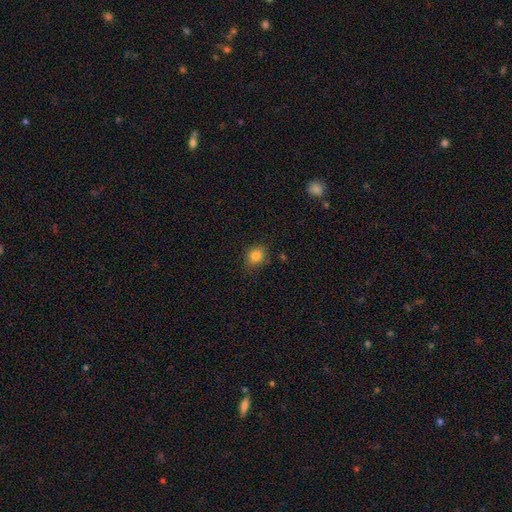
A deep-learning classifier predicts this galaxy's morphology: Smooth or featured?
  - smooth: 83% *
  - star or artifact: 11%
  - featured or disk: 6%
How rounded?
  - round: 68% *
  - in between: 31%
  - cigar-shaped: 1%
Merging?
  - none: 83% *
  - minor disturbance: 13%
  - major disturbance: 3%
  - merger: 1%